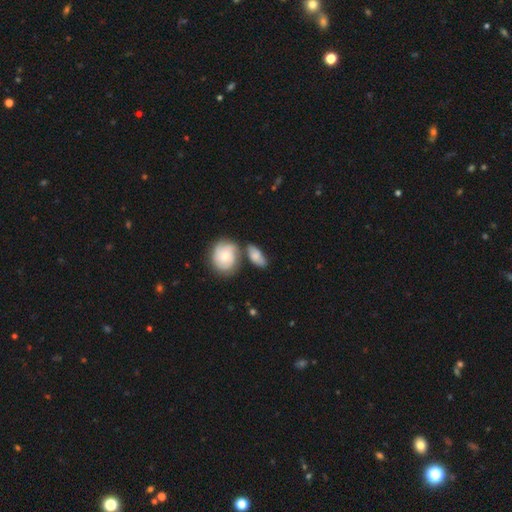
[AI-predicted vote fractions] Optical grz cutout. It shows a smooth galaxy with no disk features (58%) that is in between round and cigar-shaped (80%). Merging: none (47%).